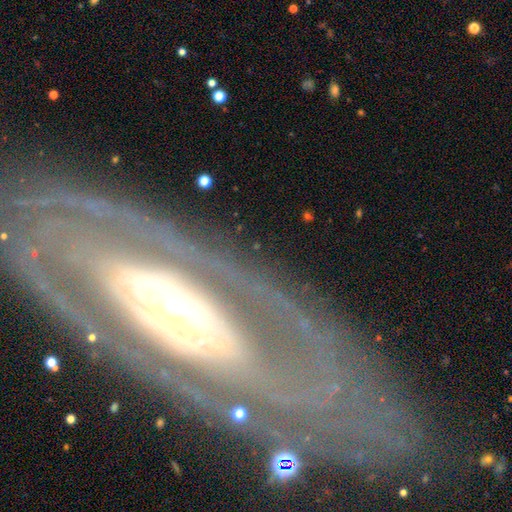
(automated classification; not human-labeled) Smooth or featured?
  - featured or disk: 84% *
  - smooth: 10%
  - star or artifact: 6%
Edge-on disk?
  - no: 84% *
  - yes: 16%
Bar?
  - no: 60% *
  - weak: 22%
  - strong: 18%
Spiral arms?
  - yes: 66% *
  - no: 34%
Bulge size?
  - moderate: 53% *
  - small: 27%
  - large: 16%
  - dominant: 3%
  - none: 2%
Merging?
  - none: 78% *
  - minor disturbance: 12%
  - major disturbance: 8%
  - merger: 2%